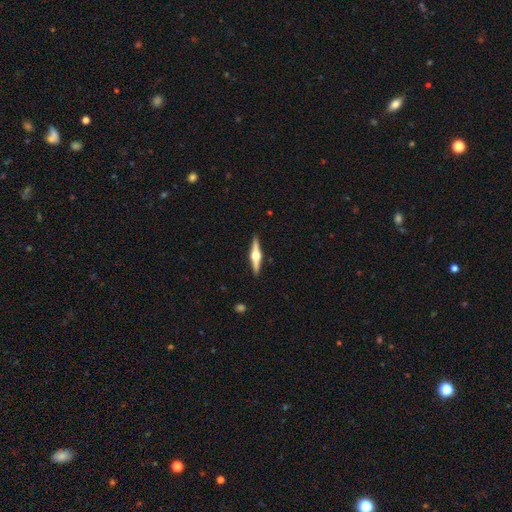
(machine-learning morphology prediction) smooth_or_featured: featured or disk (p=0.78) [alt: smooth p=0.17]
disk_edge_on: yes (p=0.98) [alt: no p=0.02]
edge_on_bulge: rounded (p=0.96) [alt: boxy p=0.03]
merging: none (p=0.91) [alt: minor disturbance p=0.06]